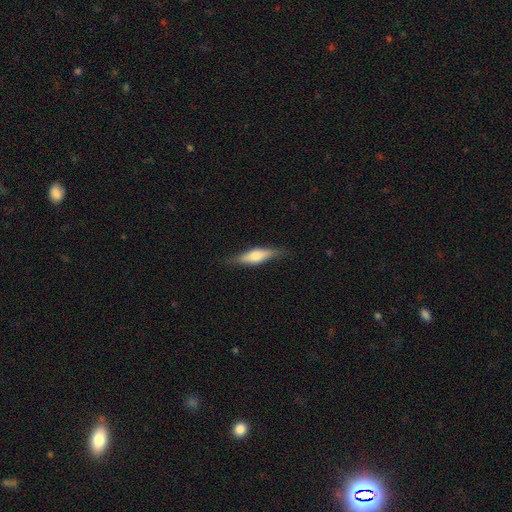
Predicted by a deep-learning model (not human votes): smooth-or-featured: smooth: 52% | featured or disk: 42% | star or artifact: 6%
  how-rounded: cigar-shaped: 63% | in between: 34% | round: 2%
  merging: none: 82% | minor disturbance: 14% | major disturbance: 3% | merger: 1%